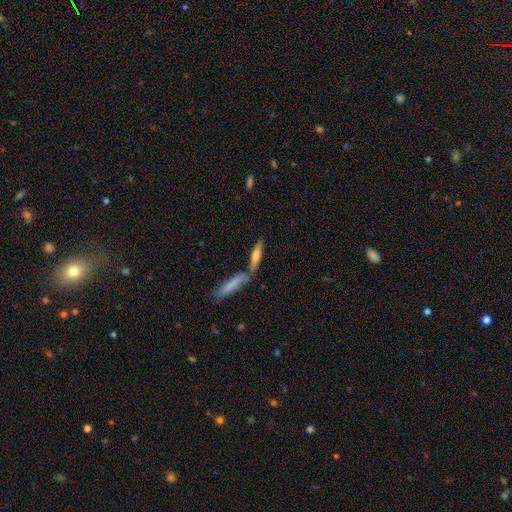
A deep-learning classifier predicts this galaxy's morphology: Smooth or featured? Predicted: smooth (p=0.56). How rounded? Predicted: cigar-shaped (p=0.81). Merging? Predicted: none (p=0.57).